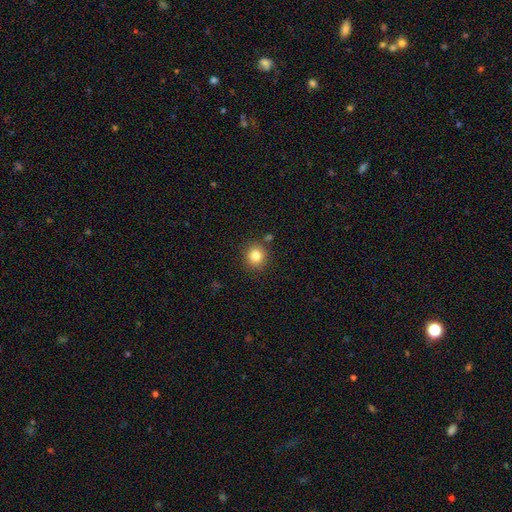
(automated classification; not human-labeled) Smooth or featured?
  - smooth: 83% *
  - star or artifact: 11%
  - featured or disk: 6%
How rounded?
  - round: 88% *
  - in between: 11%
  - cigar-shaped: 1%
Merging?
  - none: 85% *
  - minor disturbance: 8%
  - merger: 4%
  - major disturbance: 3%